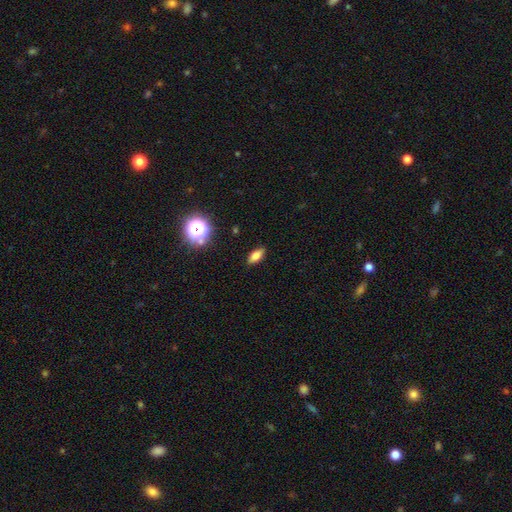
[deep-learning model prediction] Smooth or featured? smooth (69%)
How rounded? in between (75%)
Merging? none (89%)